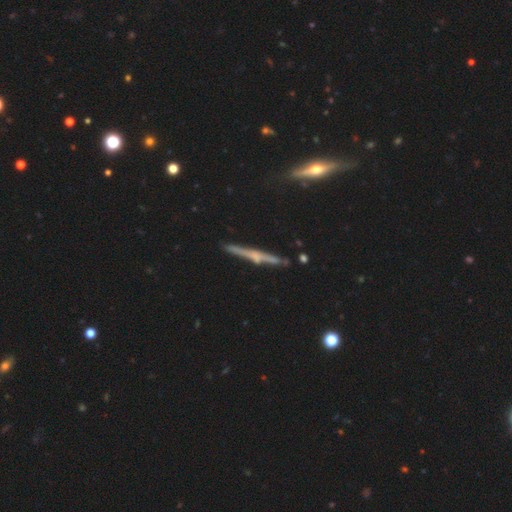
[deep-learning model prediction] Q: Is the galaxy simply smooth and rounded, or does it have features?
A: featured or disk — 73%.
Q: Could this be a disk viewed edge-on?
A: yes — 97%.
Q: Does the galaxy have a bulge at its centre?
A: rounded — 61%.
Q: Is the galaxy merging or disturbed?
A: none — 86%.